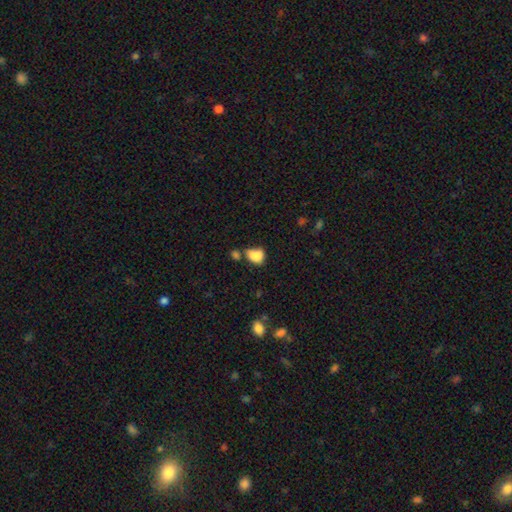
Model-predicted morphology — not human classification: A smooth galaxy with no disk features (81%) that is in between round and cigar-shaped (68%).

Vote fractions:
- Smooth or featured? smooth: 81% / star or artifact: 10% / featured or disk: 9%
- How rounded? in between: 68% / round: 30% / cigar-shaped: 2%
- Merging? merger: 32% / none: 31% / minor disturbance: 24% / major disturbance: 12%